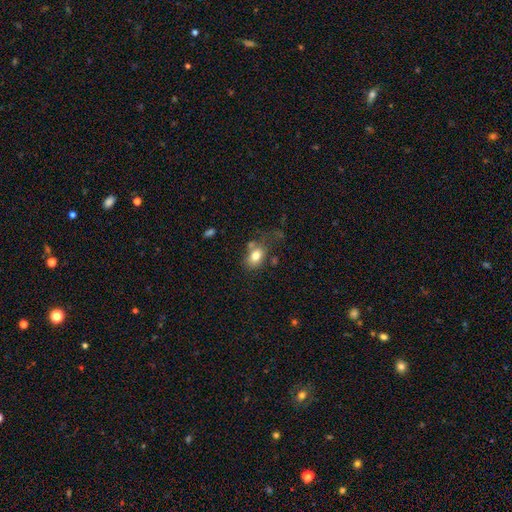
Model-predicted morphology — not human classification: Q: Smooth or featured?
A: smooth (78%); runner-up: featured or disk (12%)
Q: How rounded?
A: in between (73%); runner-up: round (25%)
Q: Merging?
A: none (53%); runner-up: minor disturbance (21%)